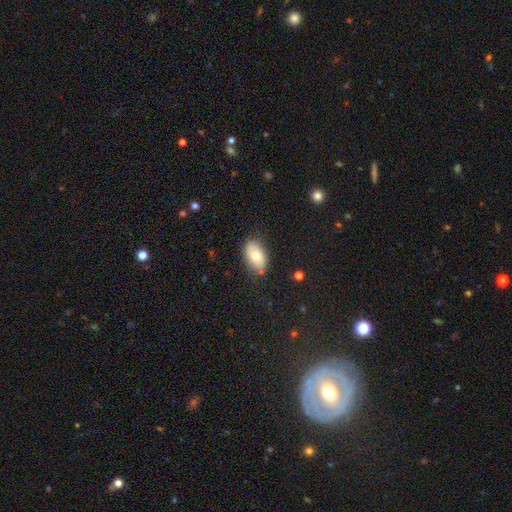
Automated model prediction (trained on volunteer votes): Smooth or featured: smooth — 73% (featured or disk — 19%)
How rounded: in between — 92% (round — 6%)
Merging: none — 80% (minor disturbance — 14%)